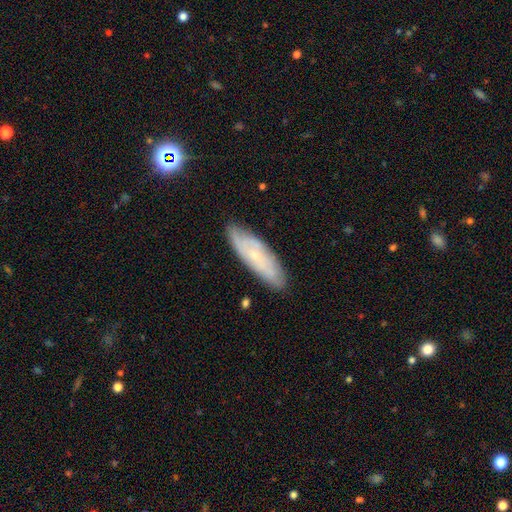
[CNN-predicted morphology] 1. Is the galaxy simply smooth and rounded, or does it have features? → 51% featured or disk, 41% smooth, 8% star or artifact.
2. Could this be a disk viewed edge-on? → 73% no, 27% yes.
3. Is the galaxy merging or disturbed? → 81% none, 15% minor disturbance, 3% major disturbance, 1% merger.